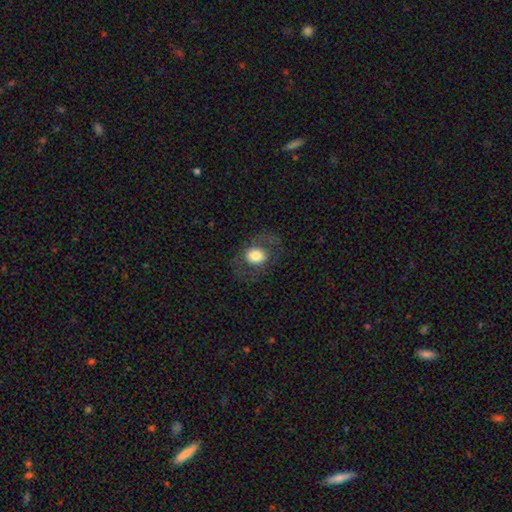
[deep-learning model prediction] smooth 62%, featured or disk 30%, star or artifact 8%. Down the decision tree: how rounded — round (50%); merging — none (71%).